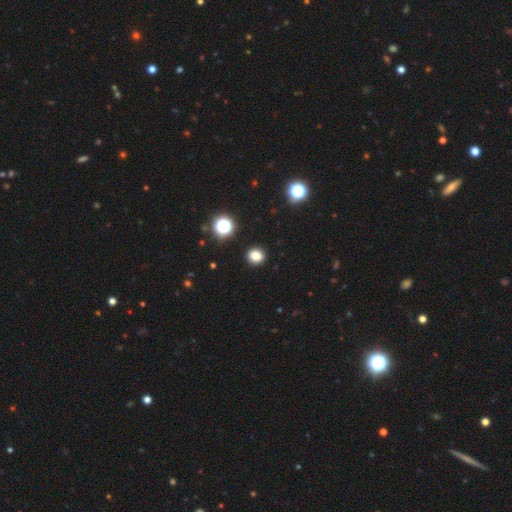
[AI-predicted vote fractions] Smooth or featured: smooth — 81% (star or artifact — 14%)
How rounded: round — 84% (in between — 15%)
Merging: none — 92% (minor disturbance — 5%)